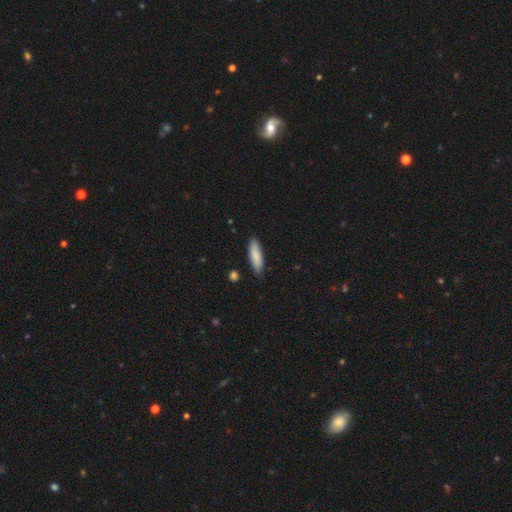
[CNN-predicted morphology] smooth-or-featured: smooth: 86% | featured or disk: 8% | star or artifact: 6%
  how-rounded: cigar-shaped: 57% | in between: 42% | round: 1%
  merging: none: 85% | minor disturbance: 12% | major disturbance: 2% | merger: 2%